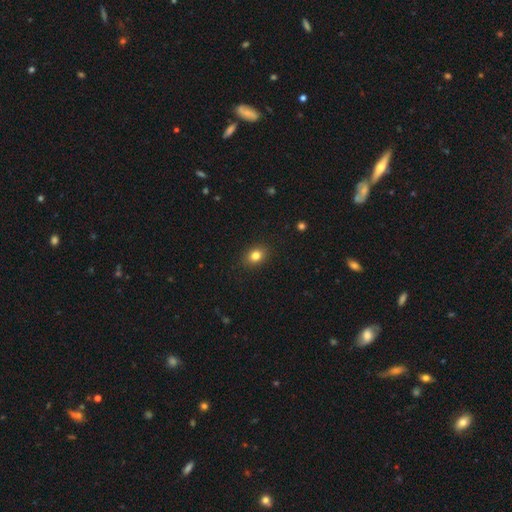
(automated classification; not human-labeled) A smooth galaxy with no disk features (81%) that is in between round and cigar-shaped (55%). Merging: none (89%).